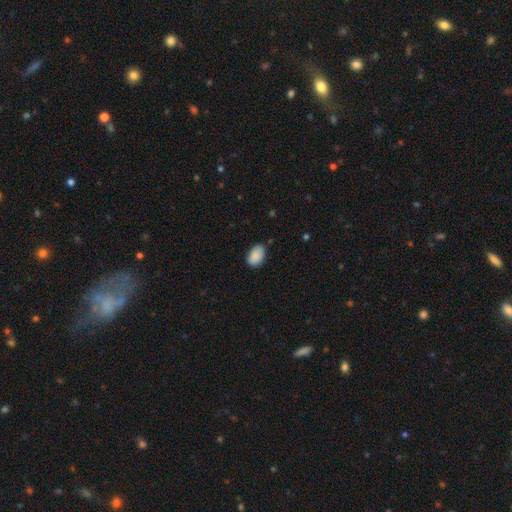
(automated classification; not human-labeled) A smooth galaxy with no disk features (89%) that is in between round and cigar-shaped (86%). Merging: none (78%).